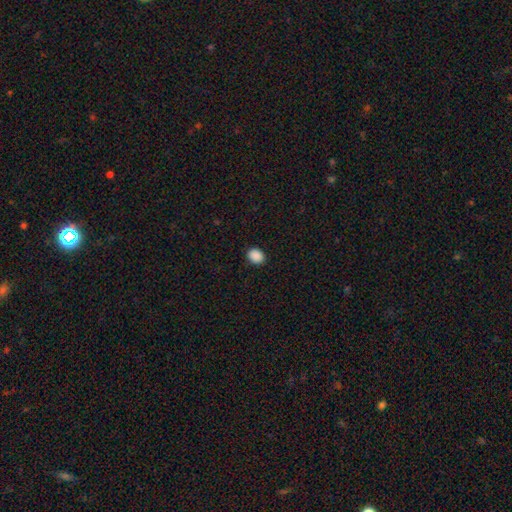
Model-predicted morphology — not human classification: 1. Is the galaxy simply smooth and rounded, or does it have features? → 89% smooth, 9% star or artifact, 2% featured or disk.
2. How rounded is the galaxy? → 50% in between (tied), 50% round (tied), 1% cigar-shaped.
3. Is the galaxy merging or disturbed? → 90% none, 7% minor disturbance, 2% major disturbance, 1% merger.